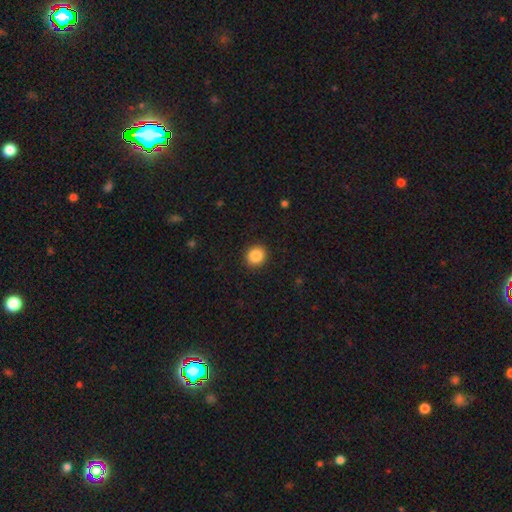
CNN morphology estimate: Smooth or featured: smooth — 86% (star or artifact — 9%)
How rounded: round — 86% (in between — 13%)
Merging: none — 92% (minor disturbance — 5%)